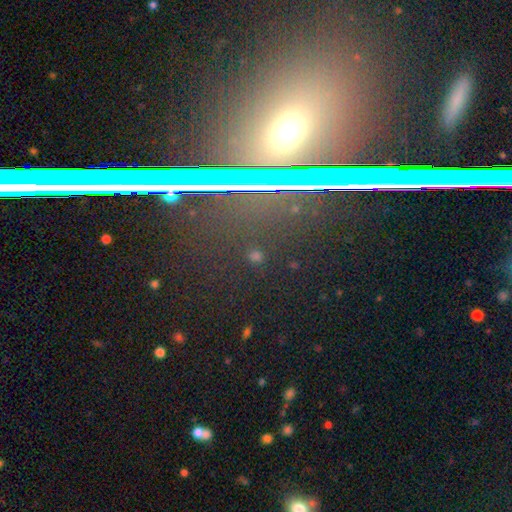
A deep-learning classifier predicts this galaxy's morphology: Overall: star or artifact (54%; smooth 37%).